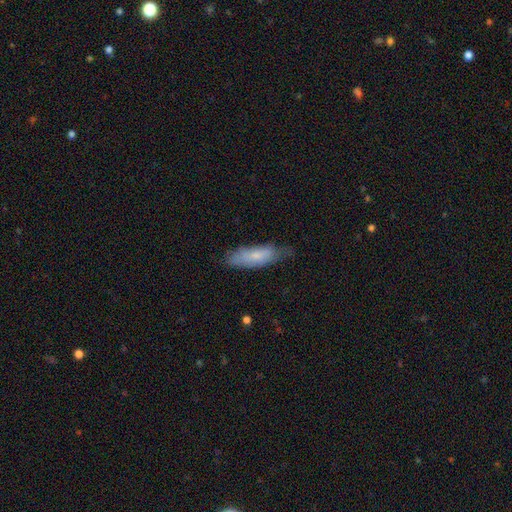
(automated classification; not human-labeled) A smooth galaxy with no disk features (69%) that is in between round and cigar-shaped (51%).

Vote fractions:
- Smooth or featured? smooth: 69% / featured or disk: 25% / star or artifact: 6%
- How rounded? in between: 51% / cigar-shaped: 47% / round: 2%
- Merging? none: 62% / minor disturbance: 29% / major disturbance: 7% / merger: 2%